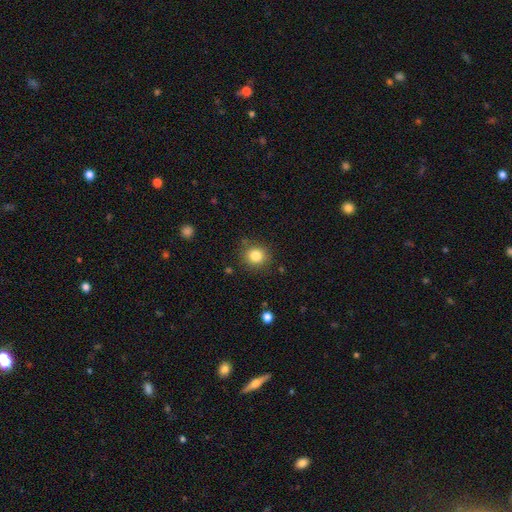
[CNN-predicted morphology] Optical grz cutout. It shows a smooth galaxy with no disk features (83%) that is round (88%). Merging: none (85%).